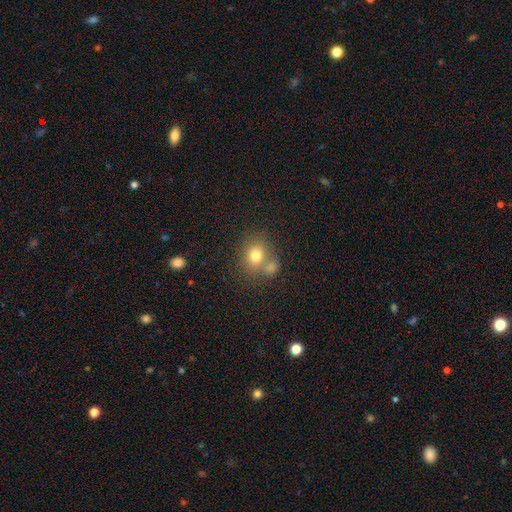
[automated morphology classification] Overall: smooth (76%). How rounded: round (67%; in between 32%). Merging: none (54%; merger 30%).